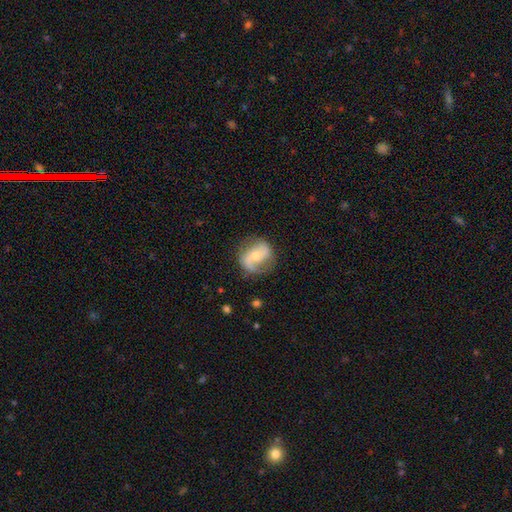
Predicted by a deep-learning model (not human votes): Smooth or featured?
  - featured or disk: 75% *
  - smooth: 19%
  - star or artifact: 6%
Edge-on disk?
  - no: 97% *
  - yes: 3%
Bar?
  - no: 51% *
  - weak: 36%
  - strong: 13%
Spiral arms?
  - yes: 92% *
  - no: 8%
Spiral winding?
  - medium: 42% *
  - loose: 39%
  - tight: 18%
Spiral arm count?
  - 2: 75% *
  - 1: 16%
  - can't tell: 6%
  - 3: 1%
  - 4: 1%
  - more than 4: 1%
Bulge size?
  - moderate: 49% *
  - small: 43%
  - large: 3%
  - none: 3%
  - dominant: 1%
Merging?
  - none: 68% *
  - minor disturbance: 20%
  - major disturbance: 10%
  - merger: 2%